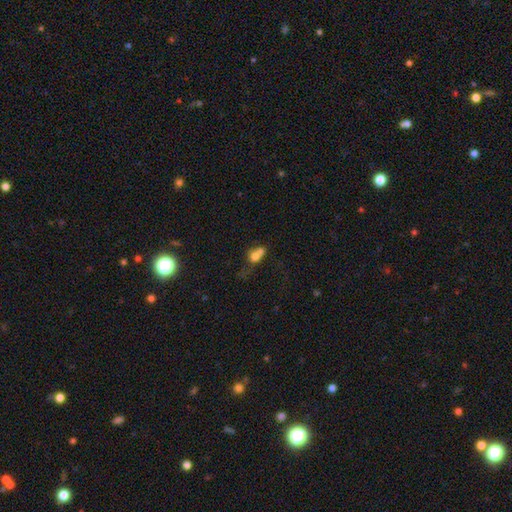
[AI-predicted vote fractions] A smooth galaxy with no disk features (68%) that is round (67%).

Vote fractions:
- Smooth or featured? smooth: 68% / featured or disk: 20% / star or artifact: 13%
- How rounded? round: 67% / in between: 31% / cigar-shaped: 2%
- Merging? merger: 65% / none: 20% / major disturbance: 8% / minor disturbance: 8%